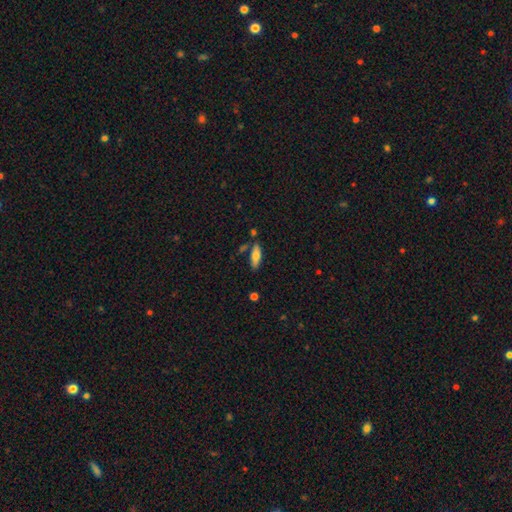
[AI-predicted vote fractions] Overall: smooth (74%). How rounded: in between (58%; cigar-shaped 40%). Merging: none (75%).